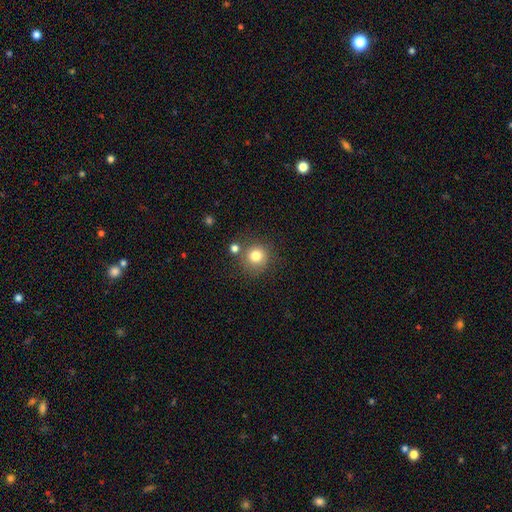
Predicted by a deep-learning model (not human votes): smooth-or-featured: smooth: 79% | star or artifact: 12% | featured or disk: 8%
  how-rounded: round: 91% | in between: 8% | cigar-shaped: 1%
  merging: none: 73% | merger: 12% | minor disturbance: 11% | major disturbance: 4%